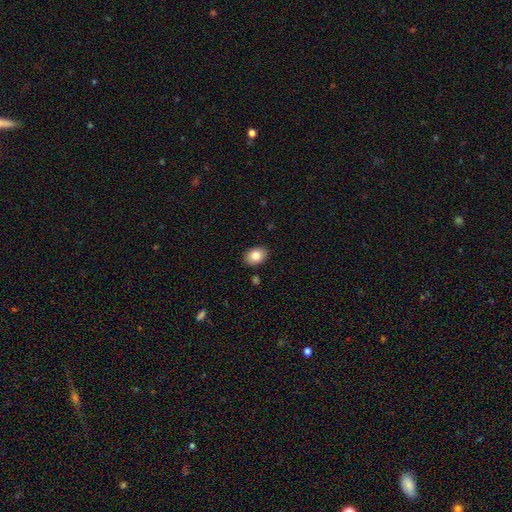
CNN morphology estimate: Smooth or featured? Predicted: smooth (p=0.84). How rounded? Predicted: in between (p=0.77). Merging? Predicted: none (p=0.88).